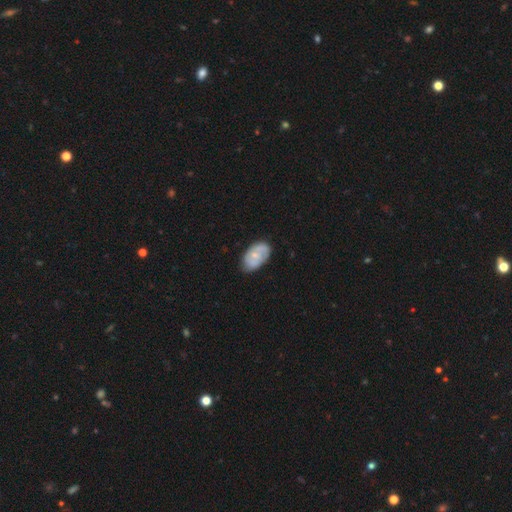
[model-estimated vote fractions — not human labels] smooth_or_featured: smooth (p=0.53) [alt: featured or disk p=0.41]
how_rounded: in between (p=0.92) [alt: round p=0.07]
merging: none (p=0.68) [alt: minor disturbance p=0.25]